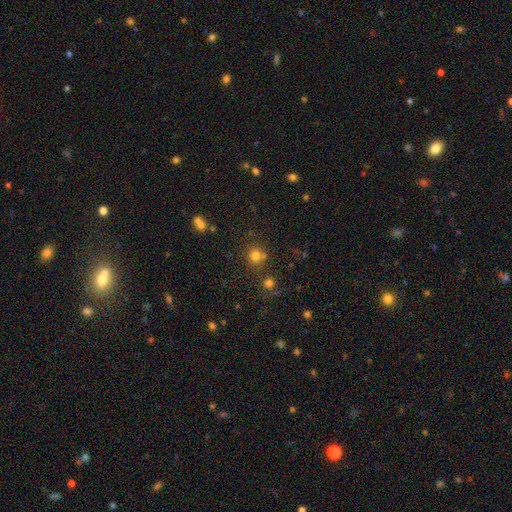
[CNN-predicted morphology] This appears to be a smooth galaxy with no disk features (74%) that is round (88%). Merging: none (68%).